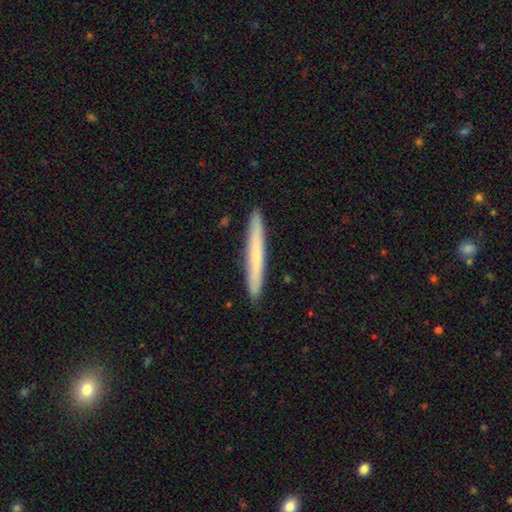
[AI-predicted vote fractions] This is likely a smooth galaxy (61%). How rounded: clearly cigar-shaped (97%). Merging: clearly none (92%).